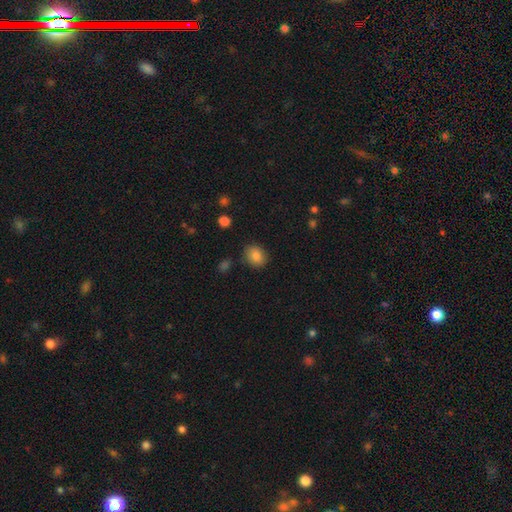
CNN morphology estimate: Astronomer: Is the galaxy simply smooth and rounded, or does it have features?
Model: smooth — 85%.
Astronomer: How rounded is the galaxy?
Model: round — 55% (runner-up: in between, 44%).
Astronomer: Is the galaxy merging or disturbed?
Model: none — 83%.